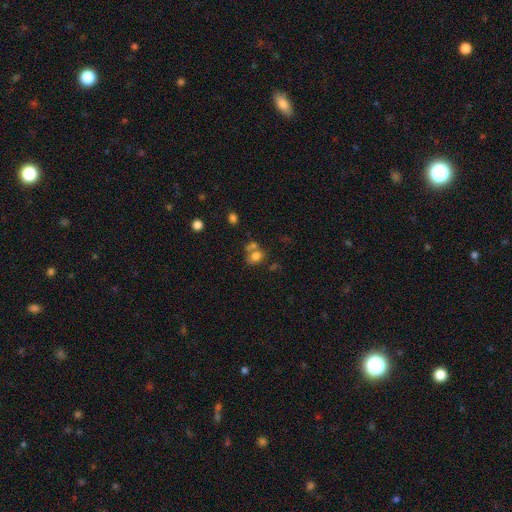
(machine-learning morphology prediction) This appears to be a smooth galaxy with no disk features (73%) that is in between round and cigar-shaped (56%). Merging: merger (42%).